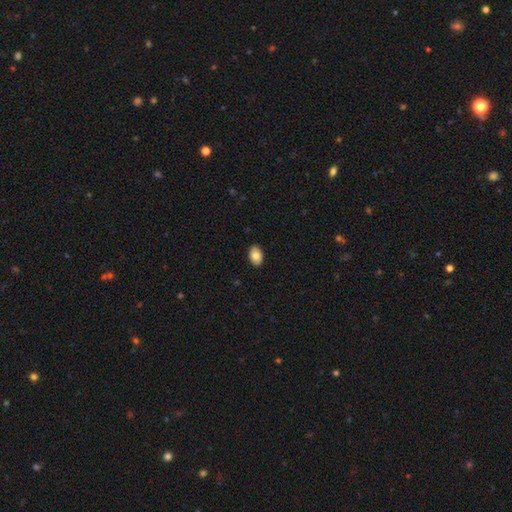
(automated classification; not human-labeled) The model was most divided on "smooth or featured": smooth: 83%, featured or disk: 10%, star or artifact: 7%. More confident: merging — none (90%); how rounded — in between (88%).